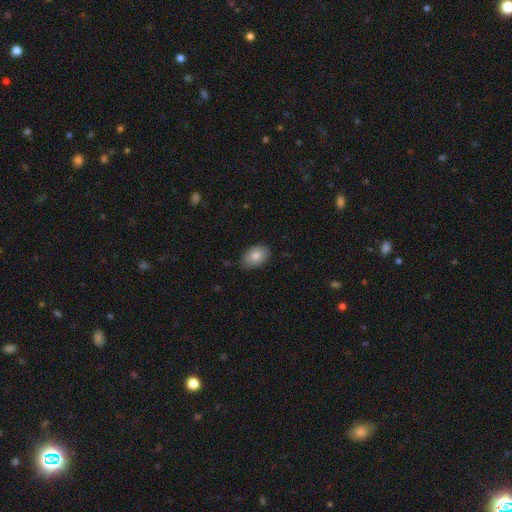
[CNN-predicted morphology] smooth 83%, featured or disk 10%, star or artifact 7%. Down the decision tree: how rounded — in between (88%); merging — none (78%).